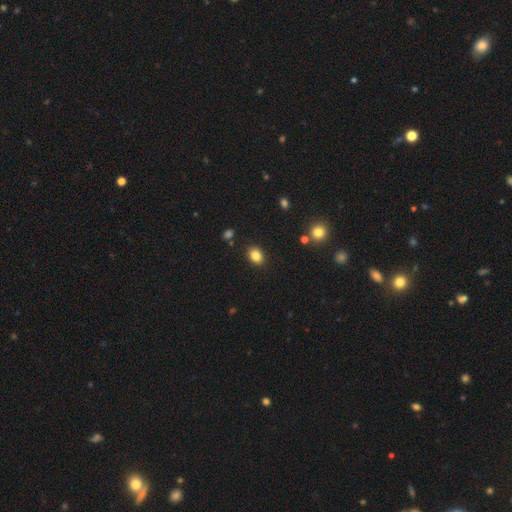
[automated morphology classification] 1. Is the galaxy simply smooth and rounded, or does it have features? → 85% smooth, 10% star or artifact, 5% featured or disk.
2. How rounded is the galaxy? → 62% in between, 37% round, 1% cigar-shaped.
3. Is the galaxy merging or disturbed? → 88% none, 8% minor disturbance, 2% major disturbance, 2% merger.